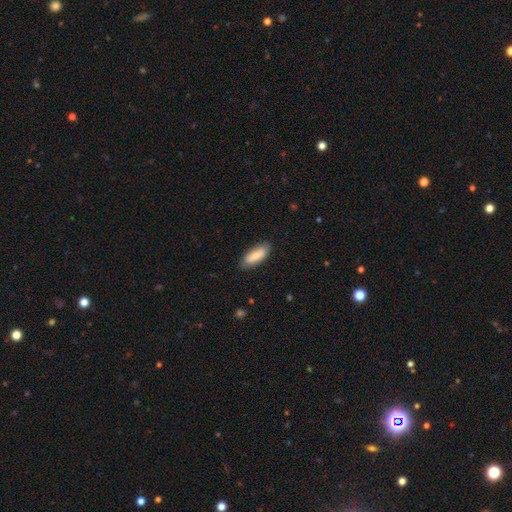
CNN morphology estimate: type=smooth (81%); roundness=in between (73%); merging=none (82%).